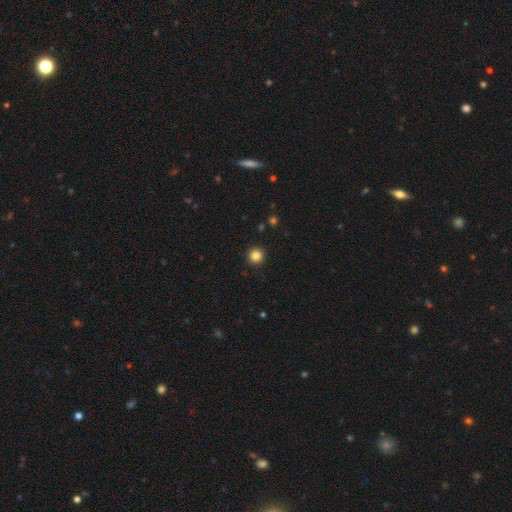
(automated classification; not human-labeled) smooth 84%, star or artifact 12%, featured or disk 4%. Down the decision tree: how rounded — round (96%); merging — none (93%).